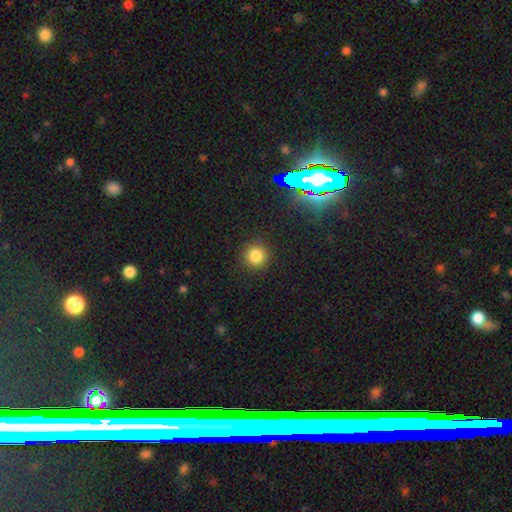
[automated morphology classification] This is clearly a smooth galaxy (82%). How rounded: clearly round (94%). Merging: clearly none (90%).